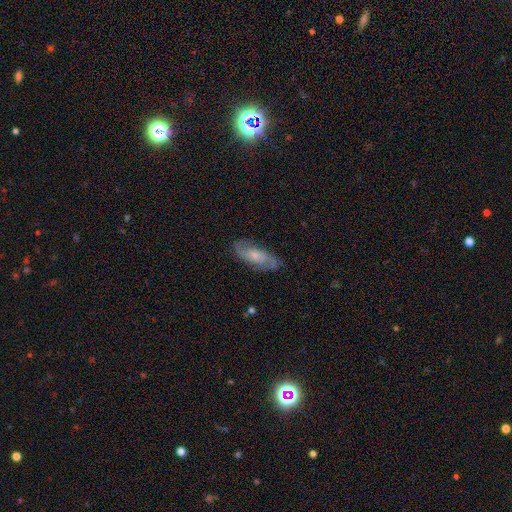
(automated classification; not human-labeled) smooth_or_featured: featured or disk (p=0.65) [alt: smooth p=0.28]
disk_edge_on: no (p=0.87) [alt: yes p=0.13]
bar: no (p=0.60) [alt: weak p=0.34]
has_spiral_arms: yes (p=0.89) [alt: no p=0.11]
spiral_winding: medium (p=0.47) [alt: tight p=0.30]
spiral_arm_count: 2 (p=0.78) [alt: can't tell p=0.15]
bulge_size: moderate (p=0.44) [alt: small p=0.37]
merging: none (p=0.78) [alt: minor disturbance p=0.16]